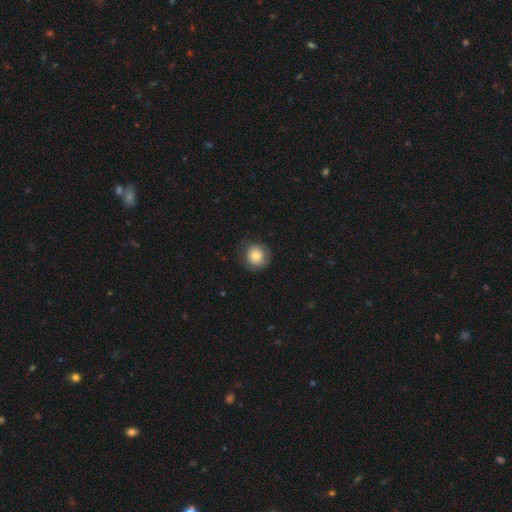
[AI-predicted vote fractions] Q: Smooth or featured?
A: smooth (78%); runner-up: featured or disk (14%)
Q: How rounded?
A: round (90%); runner-up: in between (9%)
Q: Merging?
A: none (76%); runner-up: minor disturbance (17%)